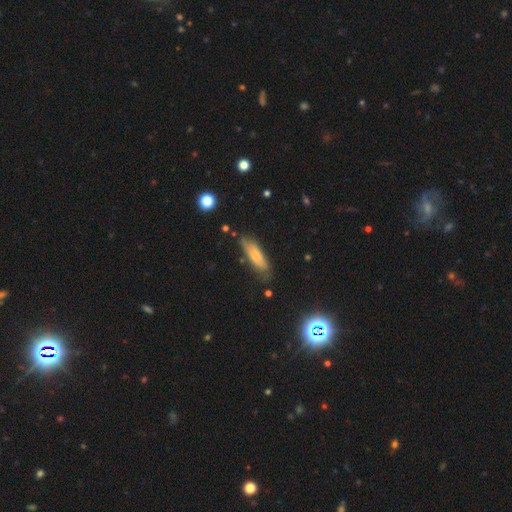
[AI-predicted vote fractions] Smooth or featured? smooth (72%)
How rounded? cigar-shaped (60%)
Merging? none (70%)